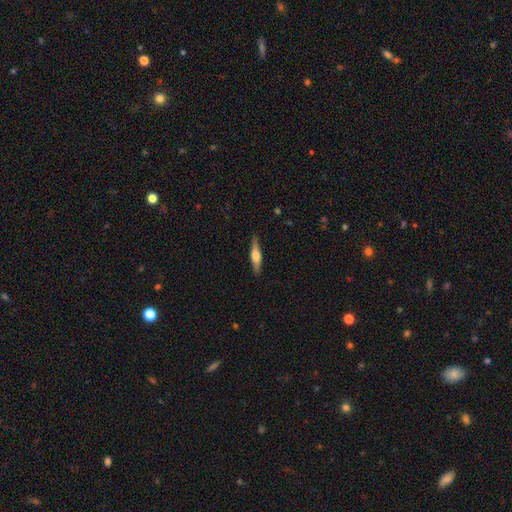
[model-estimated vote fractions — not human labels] Morphology: type=featured or disk (58%); edge-on=yes (96%); edge-on bulge=rounded (86%); merging=none (87%).